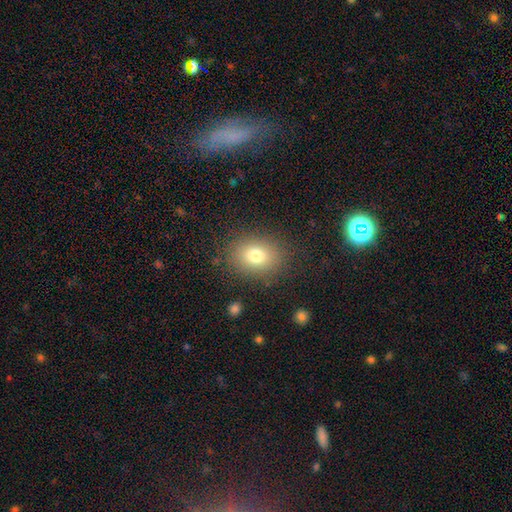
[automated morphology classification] Overall: smooth (77%). How rounded: in between (52%; round 47%). Merging: none (84%).